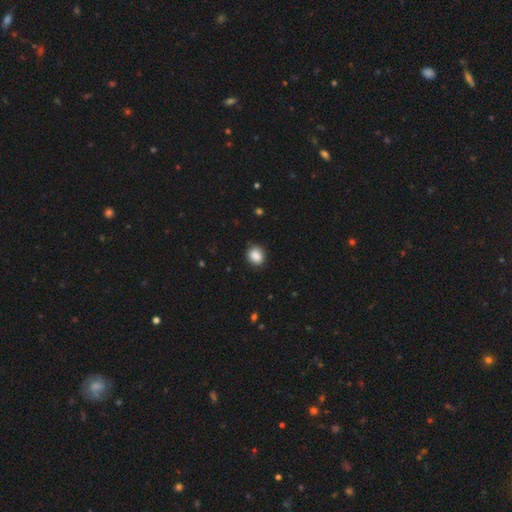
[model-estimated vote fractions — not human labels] smooth_or_featured: smooth (p=0.87) [alt: star or artifact p=0.09]
how_rounded: round (p=0.62) [alt: in between p=0.37]
merging: none (p=0.85) [alt: minor disturbance p=0.12]